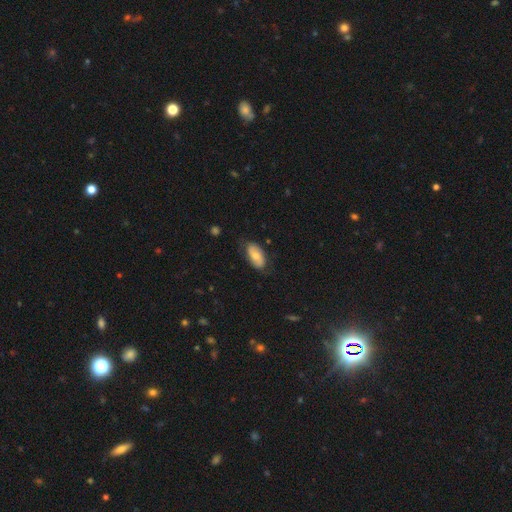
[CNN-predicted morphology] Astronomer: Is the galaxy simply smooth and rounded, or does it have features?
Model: smooth — 65%.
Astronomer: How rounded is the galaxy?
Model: in between — 93%.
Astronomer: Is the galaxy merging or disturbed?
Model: none — 72%.